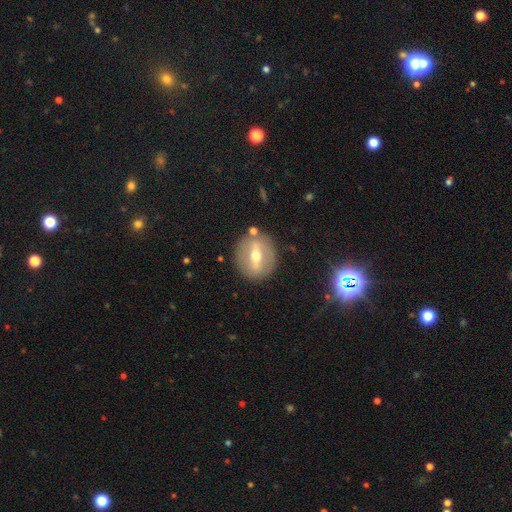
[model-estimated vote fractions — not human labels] featured or disk 60%, smooth 32%, star or artifact 8%. Down the decision tree: edge-on disk — no (73%); merging — none (85%).